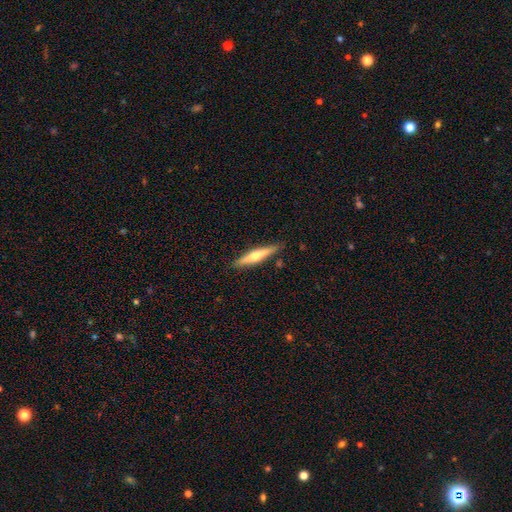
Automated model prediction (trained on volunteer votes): smooth_or_featured: featured or disk (p=0.57) [alt: smooth p=0.38]
disk_edge_on: yes (p=0.96) [alt: no p=0.04]
edge_on_bulge: rounded (p=0.90) [alt: none p=0.07]
merging: none (p=0.88) [alt: minor disturbance p=0.09]